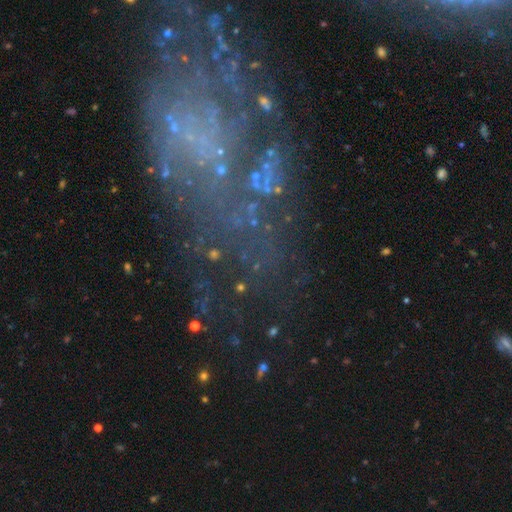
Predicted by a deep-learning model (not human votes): smooth-or-featured: featured or disk: 61% | star or artifact: 23% | smooth: 16%
  disk-edge-on: no: 93% | yes: 7%
    bar: no: 76% | weak: 16% | strong: 8%
    has-spiral-arms: no: 54% | yes: 46%
    bulge-size: none: 73% | small: 16% | moderate: 7% | large: 2% | dominant: 2%
  merging: none: 46% | major disturbance: 30% | minor disturbance: 18% | merger: 6%